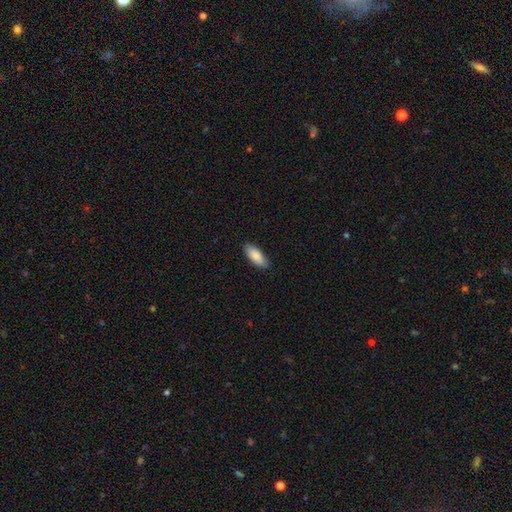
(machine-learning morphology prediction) Smooth or featured? Predicted: smooth (p=0.87). How rounded? Predicted: in between (p=0.78). Merging? Predicted: none (p=0.84).